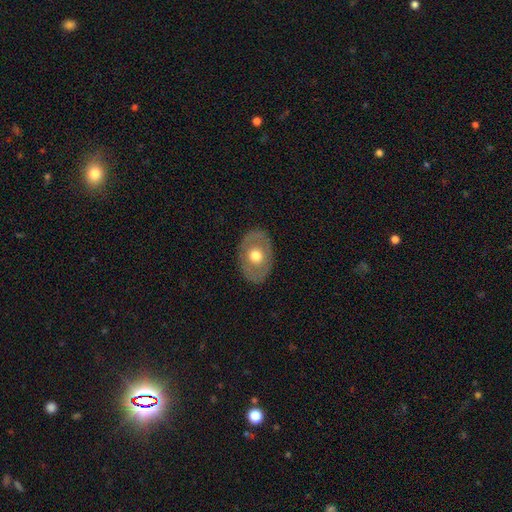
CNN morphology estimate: smooth-or-featured: smooth: 52% | featured or disk: 42% | star or artifact: 6%
  how-rounded: in between: 72% | round: 27% | cigar-shaped: 1%
  merging: none: 85% | minor disturbance: 11% | major disturbance: 3% | merger: 1%